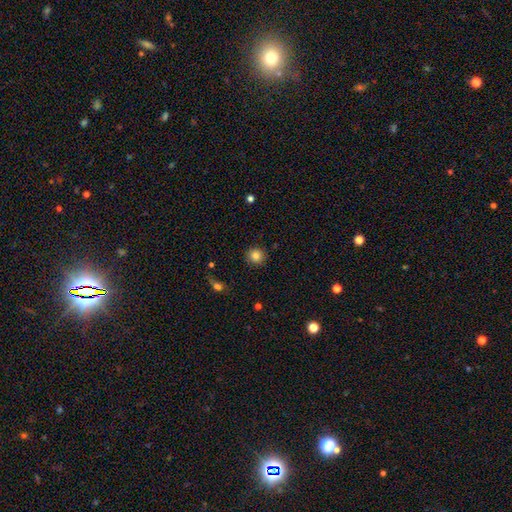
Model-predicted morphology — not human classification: Smooth or featured: smooth — 83% (star or artifact — 11%)
How rounded: round — 92% (in between — 7%)
Merging: none — 90% (minor disturbance — 7%)